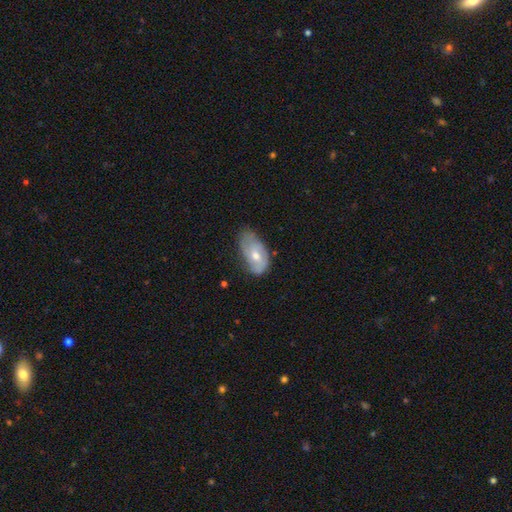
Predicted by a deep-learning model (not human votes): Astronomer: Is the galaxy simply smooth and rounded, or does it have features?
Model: featured or disk — 56% (runner-up: smooth, 37%).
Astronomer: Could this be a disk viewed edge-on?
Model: no — 93%.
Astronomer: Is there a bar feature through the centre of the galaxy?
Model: no — 66%.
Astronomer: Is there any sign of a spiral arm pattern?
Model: yes — 72%.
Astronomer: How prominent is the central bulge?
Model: moderate — 65%.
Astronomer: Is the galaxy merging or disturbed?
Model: none — 51% (runner-up: minor disturbance, 36%).